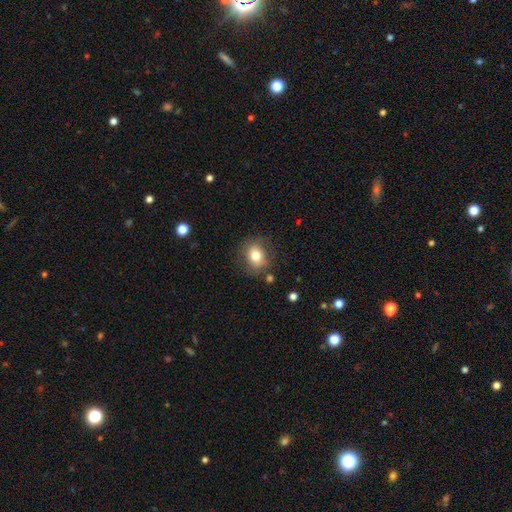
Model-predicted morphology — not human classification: This is likely a smooth galaxy (77%). How rounded: possibly round (56%). Merging: likely none (79%).